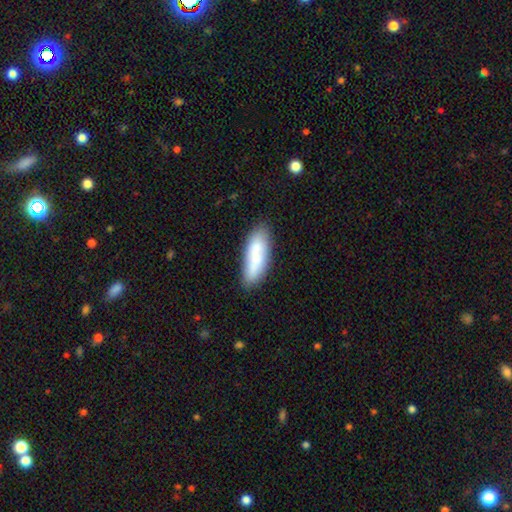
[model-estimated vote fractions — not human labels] Smooth or featured?
  - smooth: 80% *
  - featured or disk: 14%
  - star or artifact: 6%
How rounded?
  - in between: 59% *
  - cigar-shaped: 40%
  - round: 2%
Merging?
  - none: 73% *
  - minor disturbance: 18%
  - merger: 4%
  - major disturbance: 4%